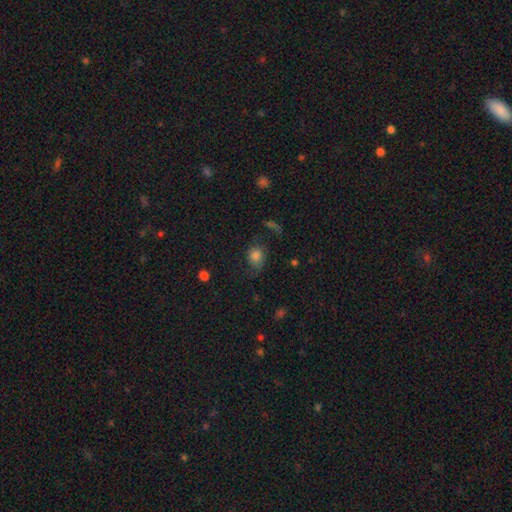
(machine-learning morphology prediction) smooth_or_featured: smooth (p=0.76) [alt: featured or disk p=0.13]
how_rounded: round (p=0.54) [alt: in between p=0.45]
merging: none (p=0.53) [alt: minor disturbance p=0.26]